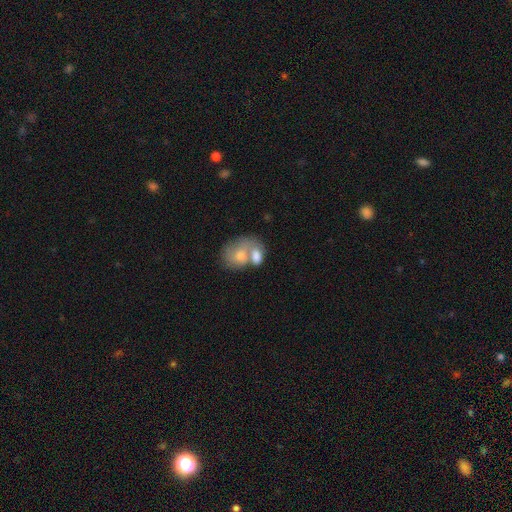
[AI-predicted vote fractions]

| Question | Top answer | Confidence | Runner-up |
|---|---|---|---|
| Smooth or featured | smooth | 67% | featured or disk (26%) |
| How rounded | in between | 67% | round (32%) |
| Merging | merger | 62% | none (19%) |